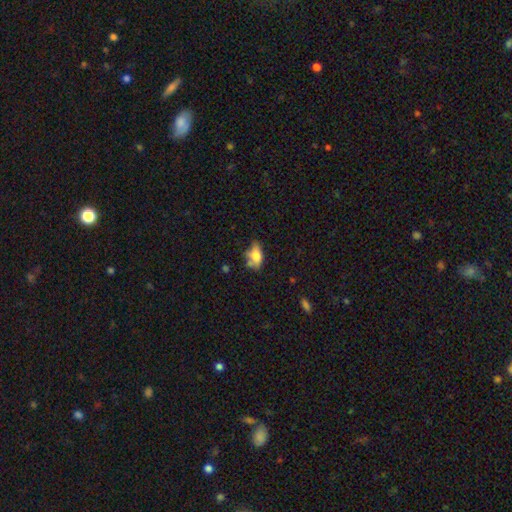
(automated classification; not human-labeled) Smooth or featured: smooth — 70% (featured or disk — 20%)
How rounded: in between — 86% (round — 8%)
Merging: none — 41% (minor disturbance — 32%)